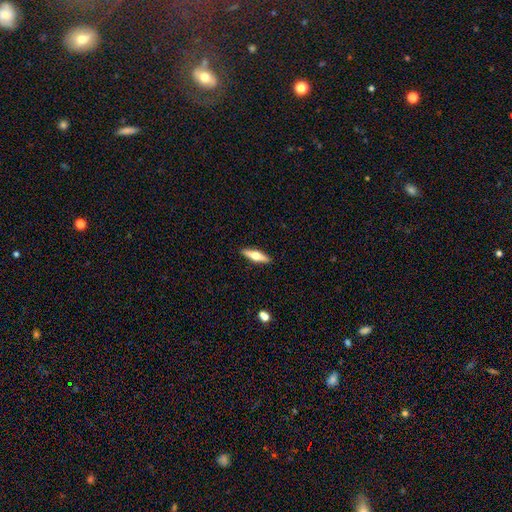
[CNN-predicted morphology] This appears to be a featured or disk galaxy (52%) viewed edge-on (94%). Merging: none (90%).